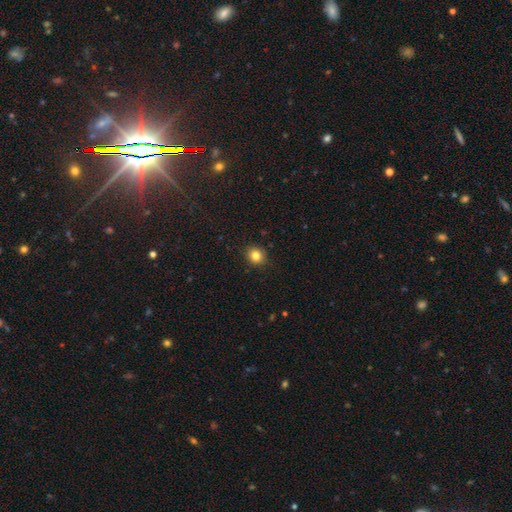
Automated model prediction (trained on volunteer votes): Smooth or featured? Predicted: smooth (p=0.83). How rounded? Predicted: round (p=0.76). Merging? Predicted: none (p=0.90).